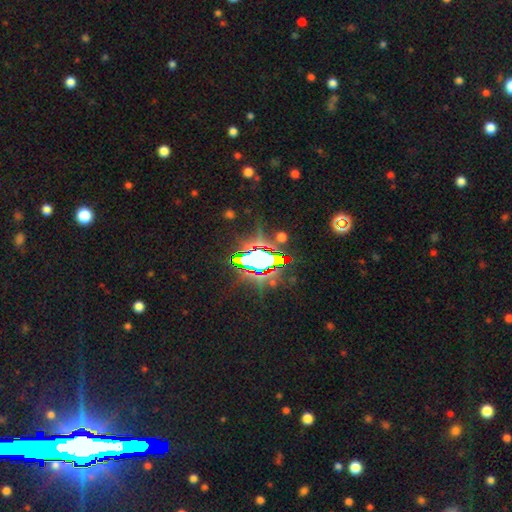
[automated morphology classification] Q: Smooth or featured?
A: star or artifact (73%); runner-up: smooth (15%)